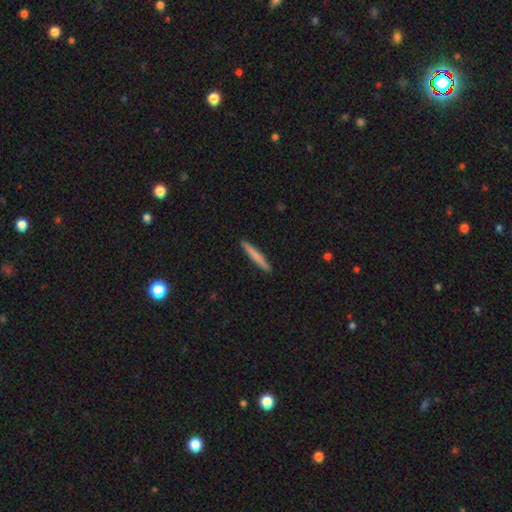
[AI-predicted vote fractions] A smooth galaxy with no disk features (73%) that is cigar-shaped (96%). Merging: none (92%).